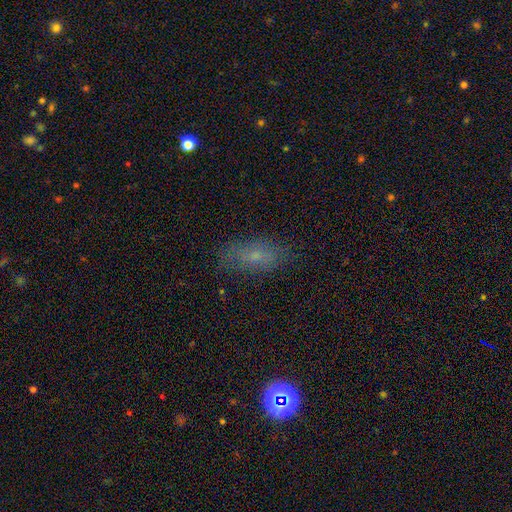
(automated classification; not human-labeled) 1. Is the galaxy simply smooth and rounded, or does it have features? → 63% smooth, 22% featured or disk, 16% star or artifact.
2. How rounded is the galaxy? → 78% in between, 17% cigar-shaped, 5% round.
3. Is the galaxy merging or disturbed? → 77% none, 16% minor disturbance, 5% major disturbance, 1% merger.